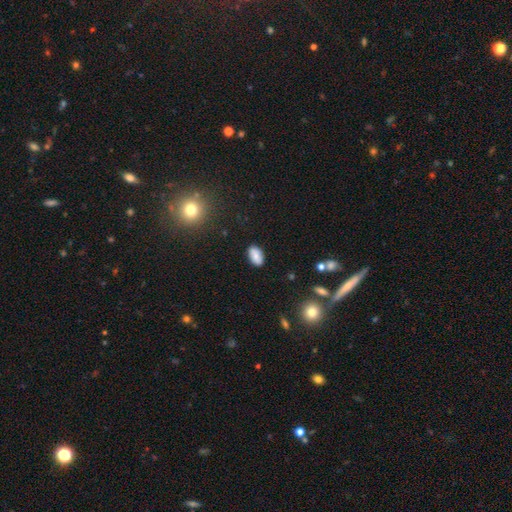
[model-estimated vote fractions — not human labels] Smooth or featured? Predicted: smooth (p=0.76). How rounded? Predicted: in between (p=0.92). Merging? Predicted: none (p=0.82).